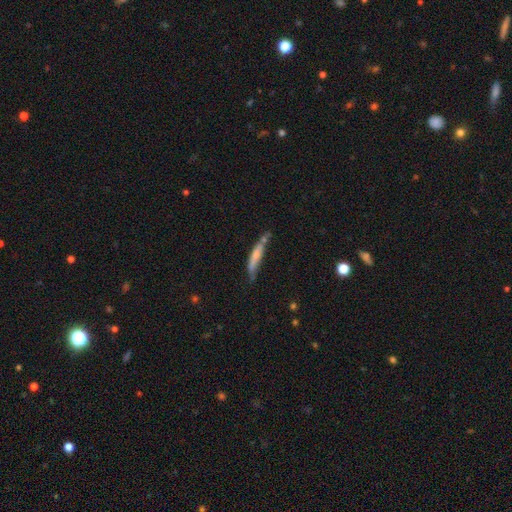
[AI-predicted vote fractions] Q: Smooth or featured?
A: smooth (60%); runner-up: featured or disk (34%)
Q: How rounded?
A: cigar-shaped (87%); runner-up: in between (11%)
Q: Merging?
A: none (47%); runner-up: minor disturbance (28%)